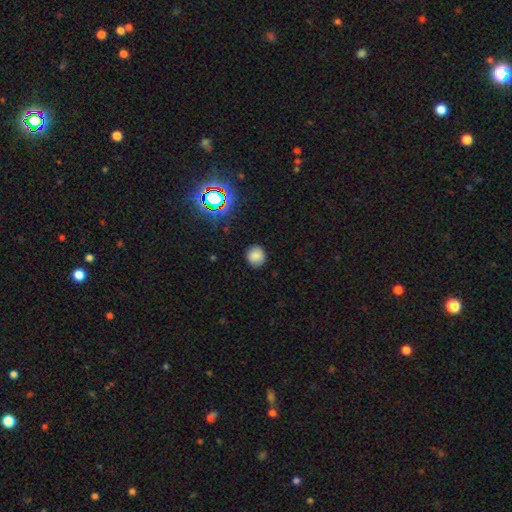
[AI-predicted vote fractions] A smooth galaxy with no disk features (80%) that is round (88%). Merging: none (87%).